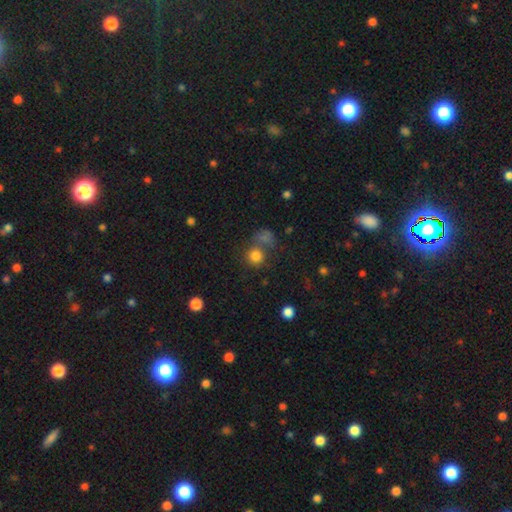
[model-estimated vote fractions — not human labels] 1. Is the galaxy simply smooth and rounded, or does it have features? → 79% smooth, 13% star or artifact, 7% featured or disk.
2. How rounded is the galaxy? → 88% round, 11% in between, 1% cigar-shaped.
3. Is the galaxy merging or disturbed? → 55% none, 27% merger, 10% minor disturbance, 7% major disturbance.